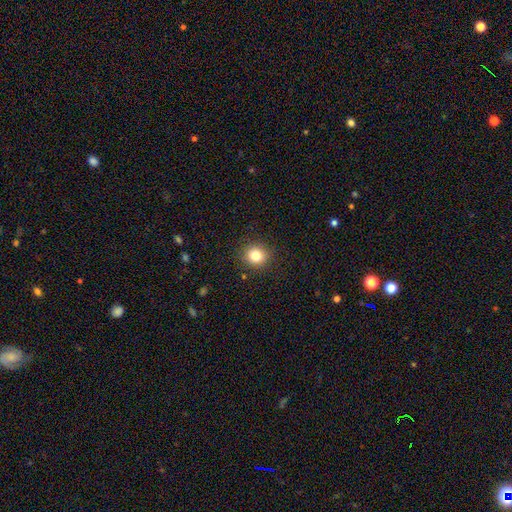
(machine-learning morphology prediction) A smooth galaxy with no disk features (82%) that is round (85%). Merging: none (90%).